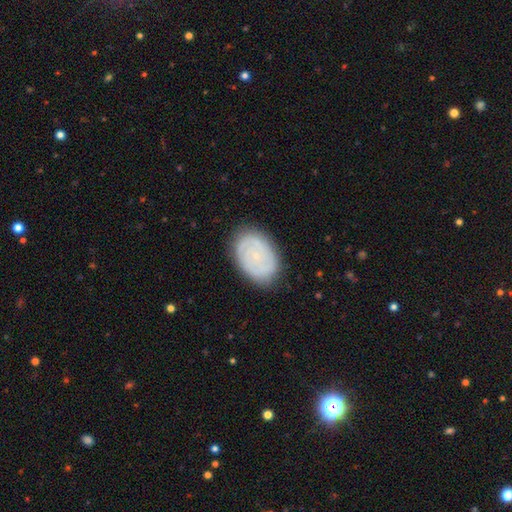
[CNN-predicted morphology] featured or disk 48%, smooth 43%, star or artifact 9%. Down the decision tree: merging — none (85%).